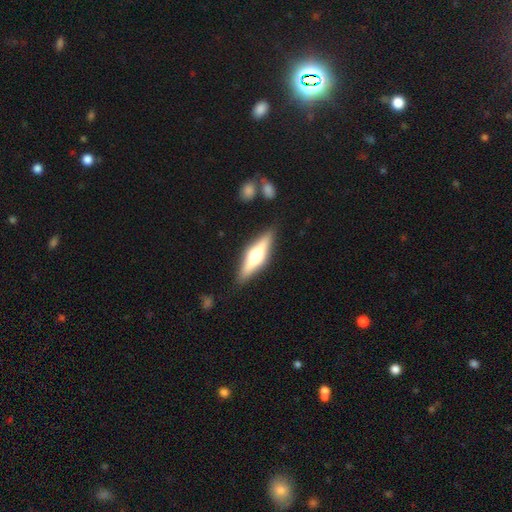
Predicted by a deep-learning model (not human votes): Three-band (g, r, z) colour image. It shows a featured or disk galaxy (65%) viewed edge-on (95%) with a rounded central bulge (94%). Merging: none (87%).